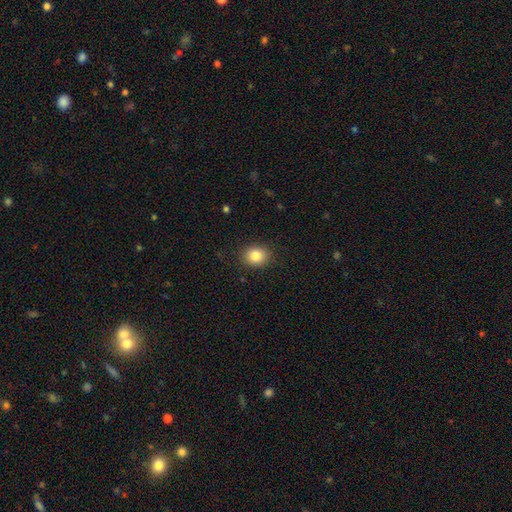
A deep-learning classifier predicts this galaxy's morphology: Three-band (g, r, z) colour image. It shows a smooth galaxy with no disk features (84%) that is round (60%). Merging: none (88%).